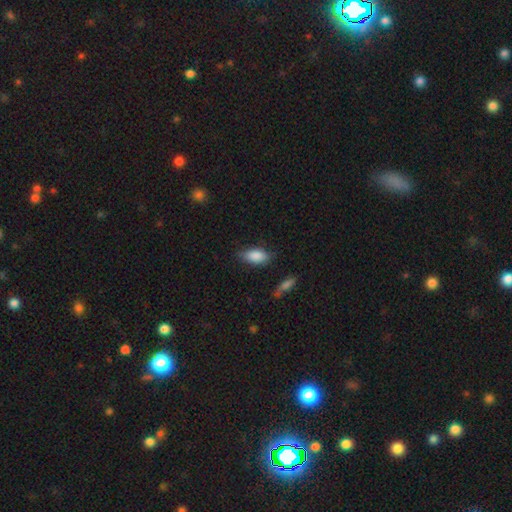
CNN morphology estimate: A smooth galaxy with no disk features (85%) that is in between round and cigar-shaped (89%). Merging: none (72%).